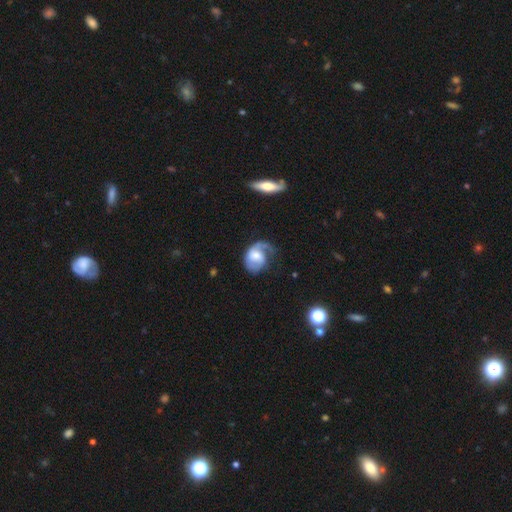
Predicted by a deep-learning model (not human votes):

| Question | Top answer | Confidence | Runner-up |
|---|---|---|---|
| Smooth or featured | featured or disk | 69% | smooth (25%) |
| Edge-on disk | no | 97% | yes (3%) |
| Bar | no | 50% | weak (41%) |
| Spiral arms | yes | 89% | no (11%) |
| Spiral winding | medium | 40% | loose (31%) |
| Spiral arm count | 1 | 51% | 2 (38%) |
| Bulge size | moderate | 45% | small (22%) |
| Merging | none | 39% | major disturbance (34%) |